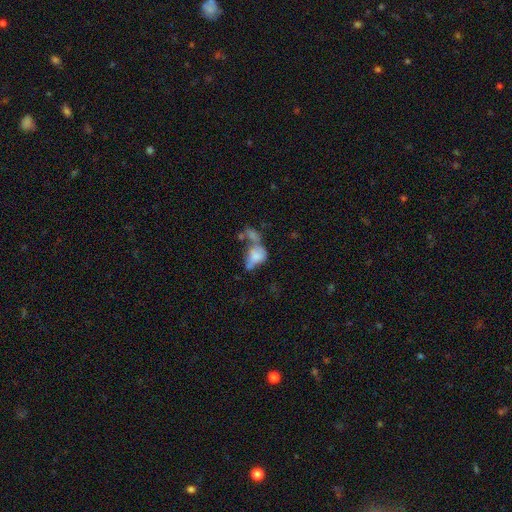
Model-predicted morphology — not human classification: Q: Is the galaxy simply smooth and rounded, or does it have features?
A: smooth — 62%.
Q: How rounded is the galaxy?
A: in between — 76%.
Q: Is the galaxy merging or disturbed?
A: merger — 50%.